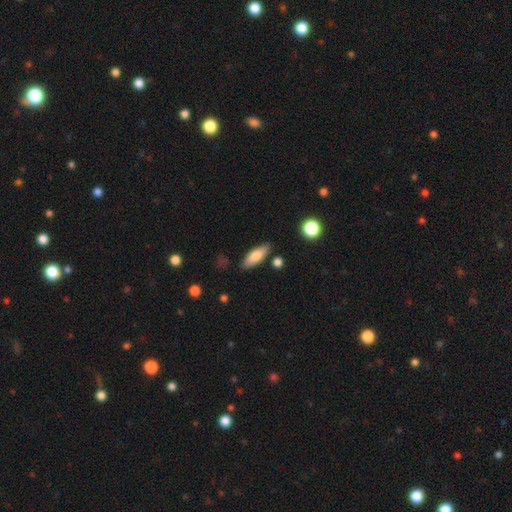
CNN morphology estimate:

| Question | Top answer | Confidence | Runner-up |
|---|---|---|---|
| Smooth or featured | smooth | 76% | featured or disk (17%) |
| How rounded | in between | 63% | cigar-shaped (35%) |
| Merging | none | 83% | minor disturbance (12%) |